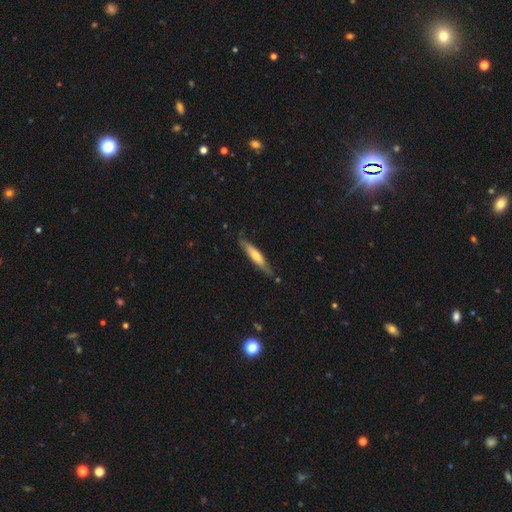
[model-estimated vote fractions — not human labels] smooth-or-featured: smooth: 54% | featured or disk: 40% | star or artifact: 5%
  how-rounded: cigar-shaped: 86% | in between: 13% | round: 1%
  merging: none: 74% | minor disturbance: 20% | major disturbance: 4% | merger: 2%